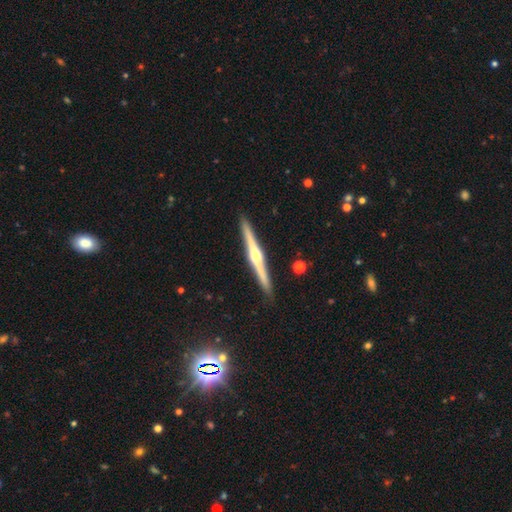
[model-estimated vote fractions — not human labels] featured or disk 82%, smooth 13%, star or artifact 5%. Down the decision tree: edge-on disk — yes (99%); edge-on bulge — rounded (89%); merging — none (92%).